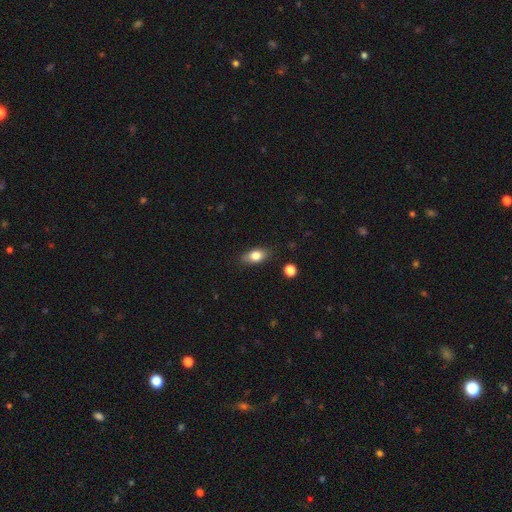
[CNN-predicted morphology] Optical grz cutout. It shows a smooth galaxy with no disk features (79%) that is in between round and cigar-shaped (85%). Merging: none (84%).